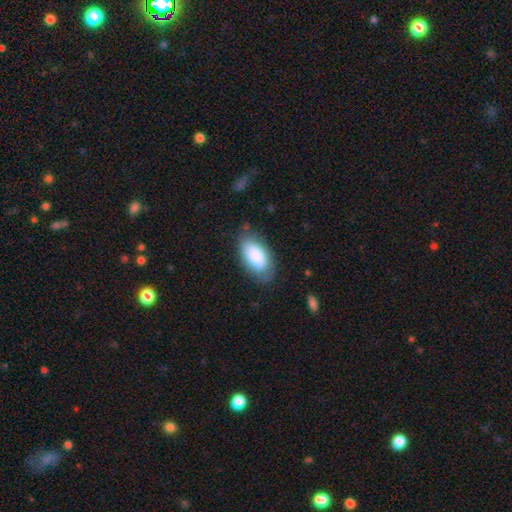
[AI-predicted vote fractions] Smooth or featured? Predicted: smooth (p=0.83). How rounded? Predicted: in between (p=0.94). Merging? Predicted: none (p=0.73).